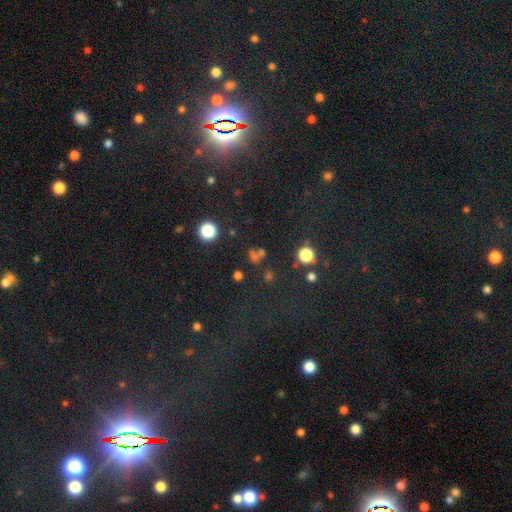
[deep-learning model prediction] Morphology: type=star or artifact (67%).